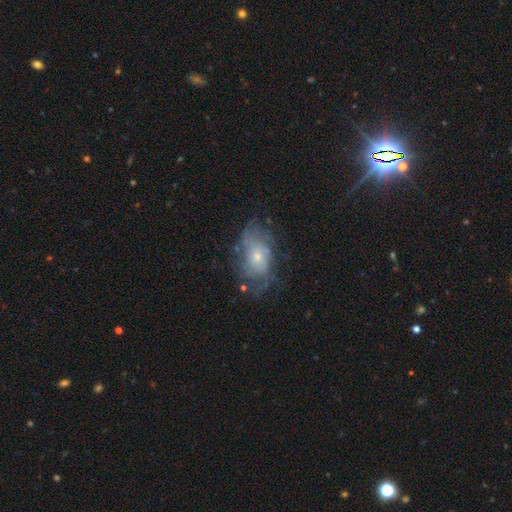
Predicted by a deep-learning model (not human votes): Smooth or featured: featured or disk — 55% (smooth — 24%)
Edge-on disk: no — 92% (yes — 8%)
Bar: no — 79% (weak — 18%)
Spiral arms: yes — 71% (no — 29%)
Bulge size: small — 59% (moderate — 34%)
Merging: none — 66% (minor disturbance — 20%)